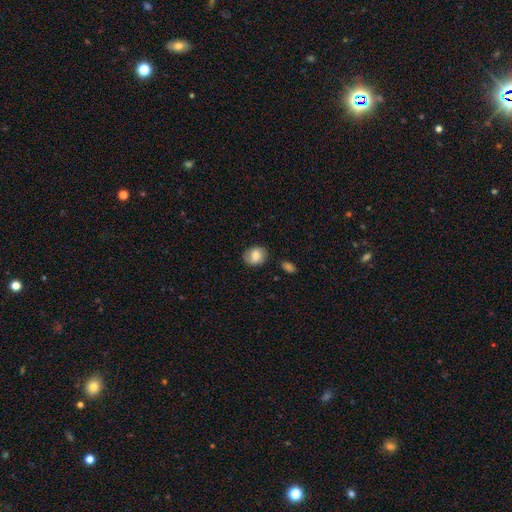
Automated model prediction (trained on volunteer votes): The model was most divided on "how rounded": round: 55%, in between: 44%, cigar-shaped: 1%. More confident: merging — none (73%); smooth or featured — smooth (70%).